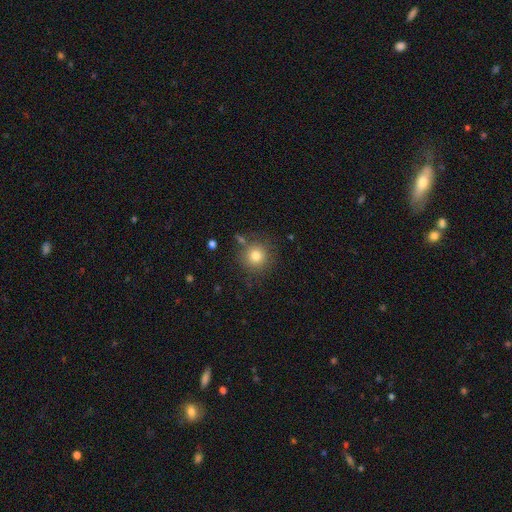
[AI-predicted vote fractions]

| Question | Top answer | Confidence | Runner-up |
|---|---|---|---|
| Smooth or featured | smooth | 80% | star or artifact (12%) |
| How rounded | round | 94% | in between (5%) |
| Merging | none | 81% | minor disturbance (10%) |